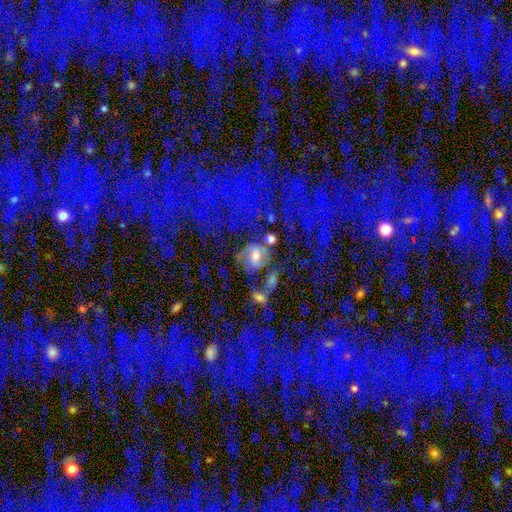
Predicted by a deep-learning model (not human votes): This is possibly a featured or disk galaxy (53%). It is clearly not viewed edge-on (96%). Bar: possibly no (50%). Spiral arm pattern: likely yes (75%). Central bulge: possibly moderate (57%). Merging: possibly none (48%).